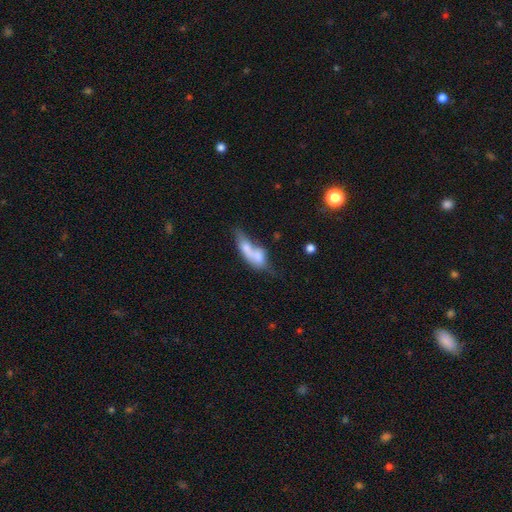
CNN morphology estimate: type=smooth (62%); roundness=in between (65%); merging=merger (64%).